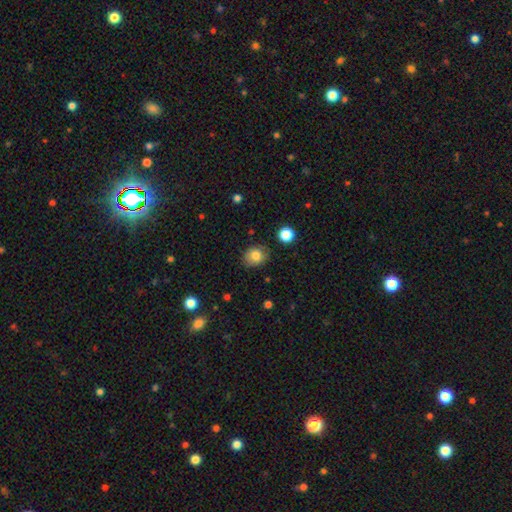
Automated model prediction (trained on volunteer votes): smooth-or-featured: smooth: 81% | star or artifact: 10% | featured or disk: 9%
  how-rounded: round: 58% | in between: 41% | cigar-shaped: 1%
  merging: none: 79% | minor disturbance: 16% | major disturbance: 3% | merger: 2%